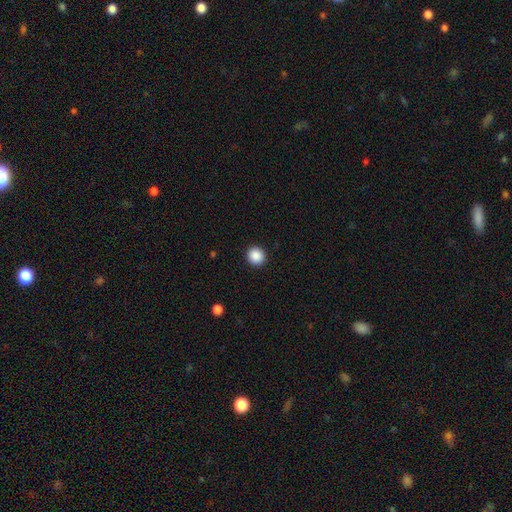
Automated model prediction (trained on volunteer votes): smooth-or-featured: smooth: 89% | star or artifact: 9% | featured or disk: 2%
  how-rounded: round: 93% | in between: 6% | cigar-shaped: 1%
  merging: none: 93% | minor disturbance: 4% | major disturbance: 2% | merger: 1%